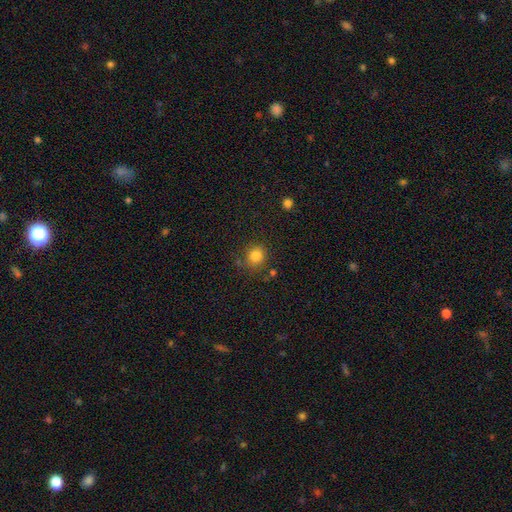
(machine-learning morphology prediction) Q: Smooth or featured?
A: smooth (83%); runner-up: star or artifact (12%)
Q: How rounded?
A: round (86%); runner-up: in between (13%)
Q: Merging?
A: none (77%); runner-up: minor disturbance (13%)